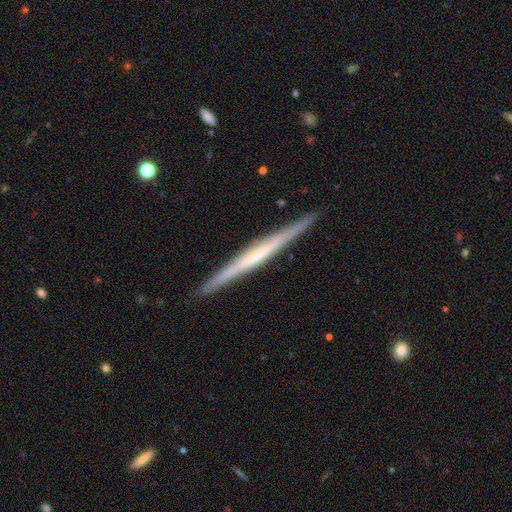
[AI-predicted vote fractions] A featured or disk galaxy (68%) viewed edge-on (98%) with no central bulge (68%). Merging: none (91%).